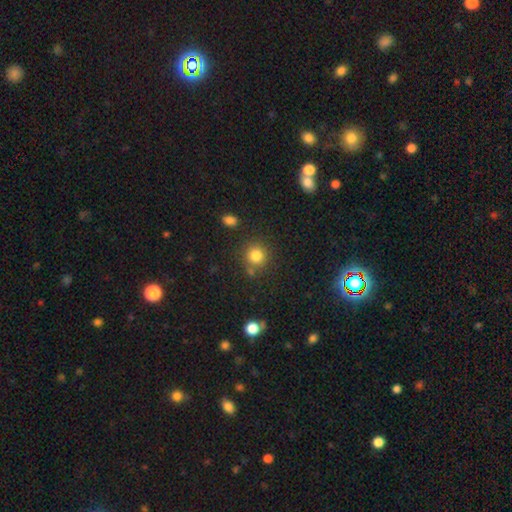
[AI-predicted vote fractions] smooth_or_featured: smooth (p=0.82) [alt: star or artifact p=0.12]
how_rounded: round (p=0.91) [alt: in between p=0.08]
merging: none (p=0.78) [alt: minor disturbance p=0.10]